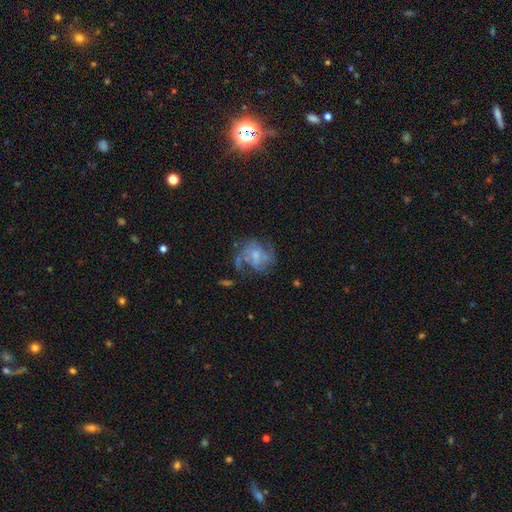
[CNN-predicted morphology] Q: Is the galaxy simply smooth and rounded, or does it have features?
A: featured or disk — 64%.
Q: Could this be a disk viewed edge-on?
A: no — 98%.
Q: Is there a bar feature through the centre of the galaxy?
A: no — 62%.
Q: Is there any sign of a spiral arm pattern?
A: yes — 71%.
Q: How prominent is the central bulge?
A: moderate — 40%.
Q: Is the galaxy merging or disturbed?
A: none — 45%.